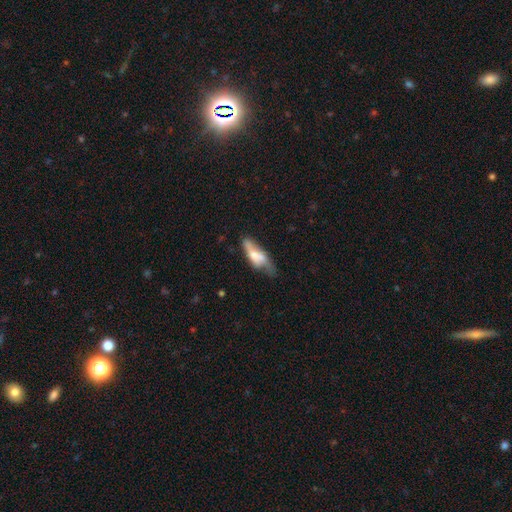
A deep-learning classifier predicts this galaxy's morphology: Q: Smooth or featured?
A: smooth (55%); runner-up: featured or disk (37%)
Q: How rounded?
A: in between (60%); runner-up: cigar-shaped (38%)
Q: Merging?
A: none (35%); runner-up: minor disturbance (31%)